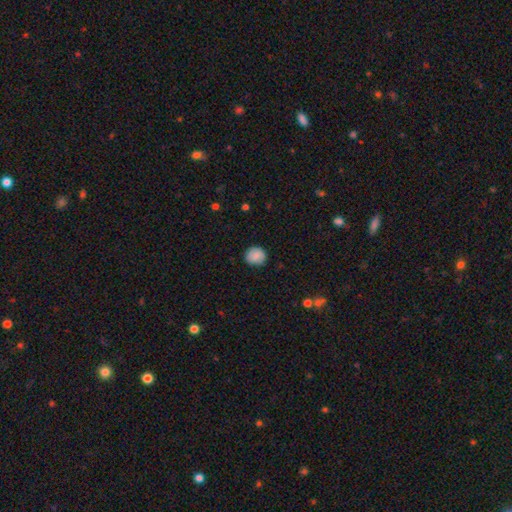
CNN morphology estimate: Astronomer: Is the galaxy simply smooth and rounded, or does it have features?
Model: smooth — 87%.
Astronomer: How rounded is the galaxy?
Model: round — 88%.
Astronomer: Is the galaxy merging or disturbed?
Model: none — 88%.